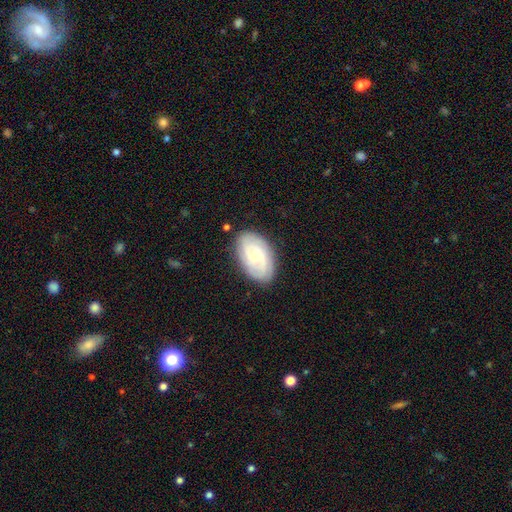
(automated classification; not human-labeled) This appears to be a featured or disk galaxy (48%). Merging: none (81%).